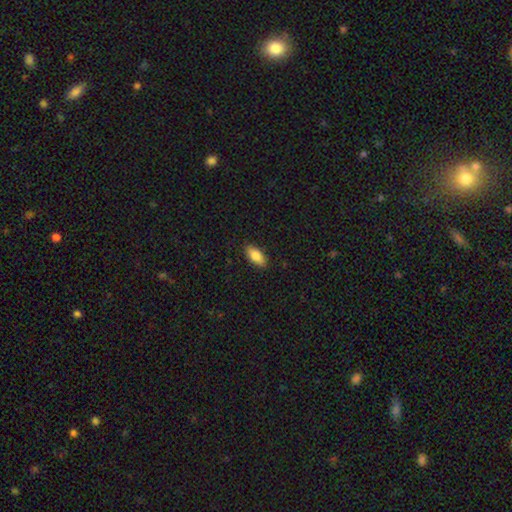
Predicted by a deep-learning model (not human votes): Smooth or featured: smooth — 83% (featured or disk — 11%)
How rounded: in between — 88% (cigar-shaped — 10%)
Merging: none — 88% (minor disturbance — 9%)